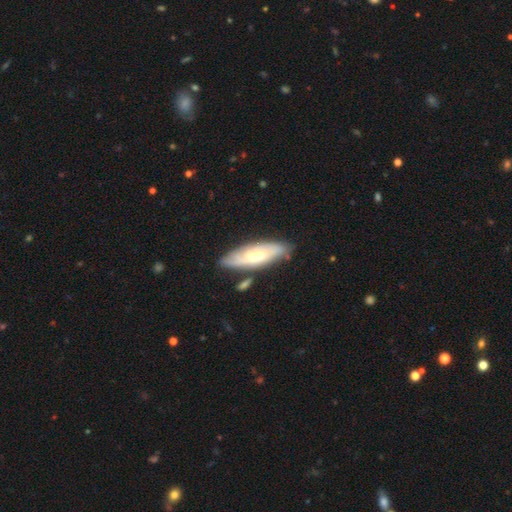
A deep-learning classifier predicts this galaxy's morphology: Smooth or featured? Predicted: featured or disk (p=0.52). Edge-on disk? Predicted: no (p=0.68). Merging? Predicted: none (p=0.73).